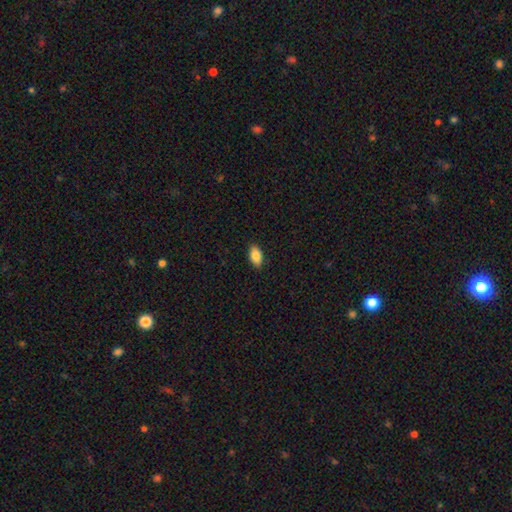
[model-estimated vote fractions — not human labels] Smooth or featured?
  - smooth: 85% *
  - featured or disk: 8%
  - star or artifact: 7%
How rounded?
  - in between: 92% *
  - round: 4%
  - cigar-shaped: 4%
Merging?
  - none: 89% *
  - minor disturbance: 8%
  - major disturbance: 2%
  - merger: 1%